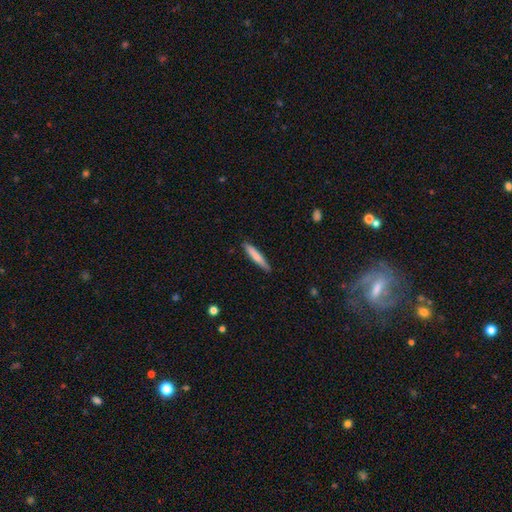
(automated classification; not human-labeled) A smooth galaxy with no disk features (75%) that is cigar-shaped (93%).

Vote fractions:
- Smooth or featured? smooth: 75% / featured or disk: 20% / star or artifact: 5%
- How rounded? cigar-shaped: 93% / in between: 6% / round: 1%
- Merging? none: 88% / minor disturbance: 10% / major disturbance: 2% / merger: 1%